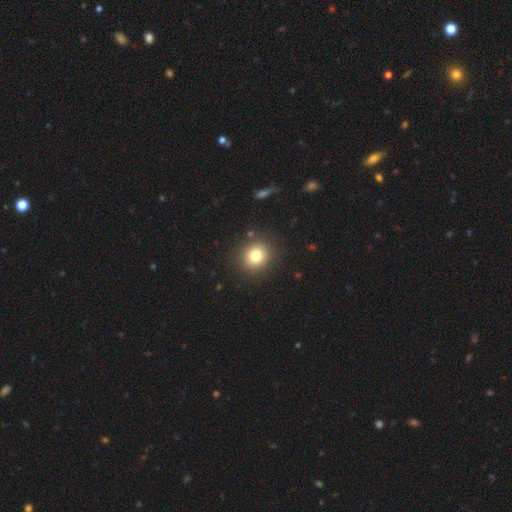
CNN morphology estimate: smooth-or-featured: smooth: 78% | star or artifact: 12% | featured or disk: 9%
  how-rounded: round: 85% | in between: 14% | cigar-shaped: 1%
  merging: none: 88% | minor disturbance: 7% | major disturbance: 3% | merger: 2%